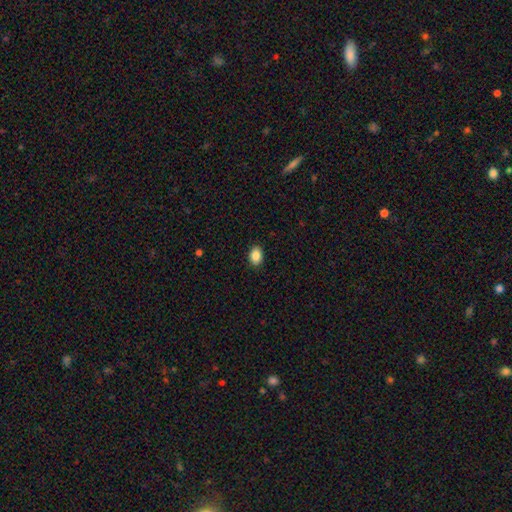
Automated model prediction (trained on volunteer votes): smooth 88%, star or artifact 8%, featured or disk 4%. Down the decision tree: how rounded — in between (74%); merging — none (90%).